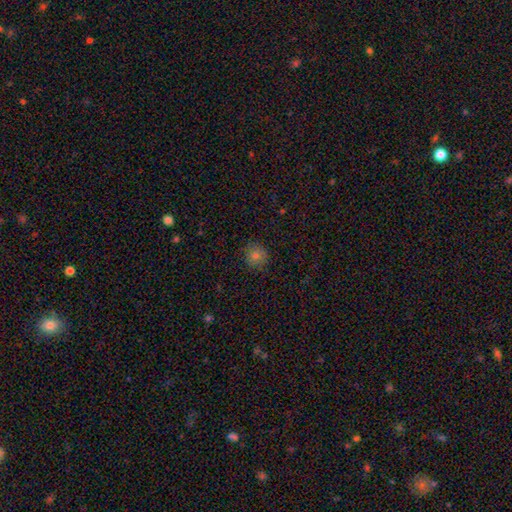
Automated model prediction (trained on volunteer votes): Smooth or featured? Predicted: smooth (p=0.77). How rounded? Predicted: round (p=0.90). Merging? Predicted: none (p=0.88).